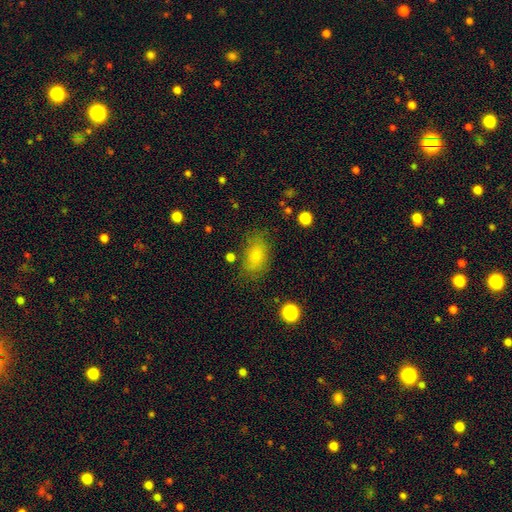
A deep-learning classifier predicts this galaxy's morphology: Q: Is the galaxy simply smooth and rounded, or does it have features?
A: smooth — 74%.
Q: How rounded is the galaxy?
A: in between — 84%.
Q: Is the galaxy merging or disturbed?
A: none — 73%.